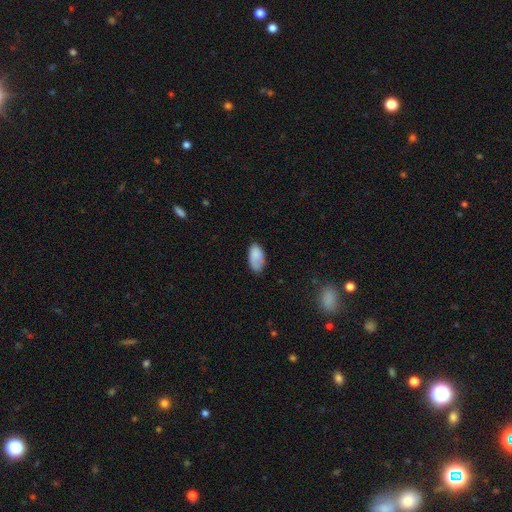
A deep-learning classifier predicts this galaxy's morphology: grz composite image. It shows a smooth galaxy with no disk features (84%) that is in between round and cigar-shaped (95%). Merging: none (65%).